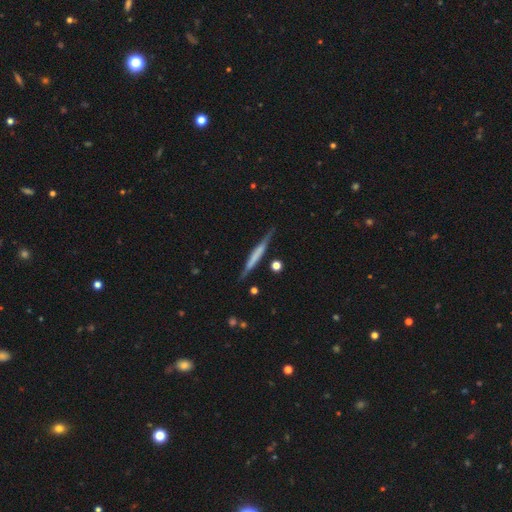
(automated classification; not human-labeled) Q: Smooth or featured?
A: featured or disk (53%); runner-up: smooth (41%)
Q: Edge-on disk?
A: yes (96%); runner-up: no (4%)
Q: Edge-on bulge?
A: none (65%); runner-up: boxy (20%)
Q: Merging?
A: none (85%); runner-up: minor disturbance (11%)